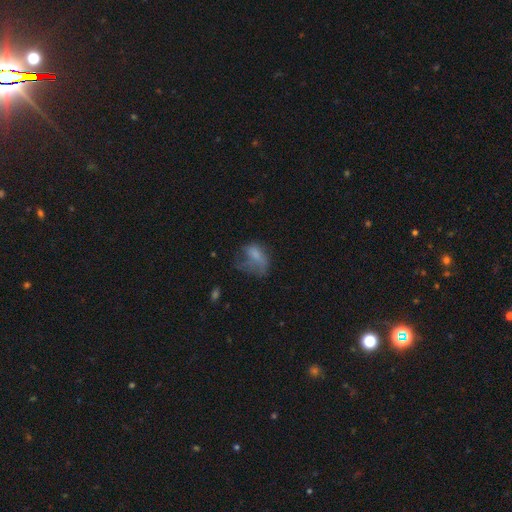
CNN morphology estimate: The model was most divided on "merging": major disturbance: 49%, none: 24%, minor disturbance: 23%, merger: 4%. More confident: how rounded — in between (80%); smooth or featured — smooth (59%).